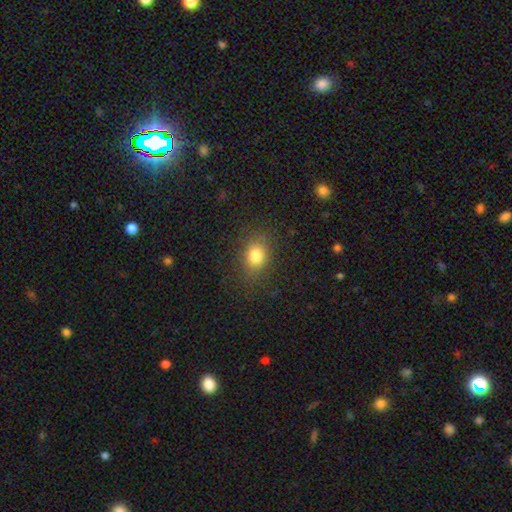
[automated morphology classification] type=smooth (80%); roundness=in between (58%); merging=none (83%).